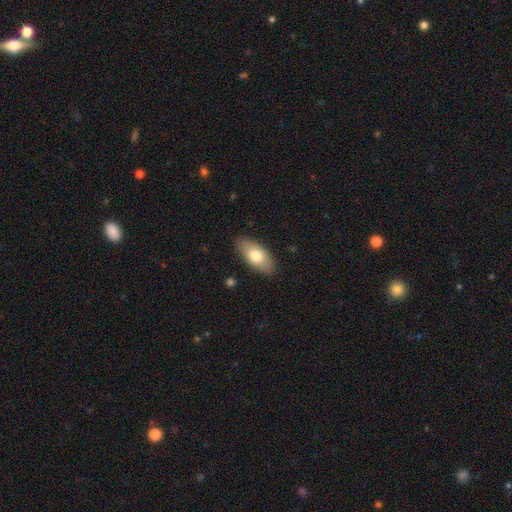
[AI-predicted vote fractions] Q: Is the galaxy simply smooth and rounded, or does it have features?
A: smooth — 73%.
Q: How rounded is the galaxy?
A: in between — 90%.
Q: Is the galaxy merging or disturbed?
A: none — 87%.